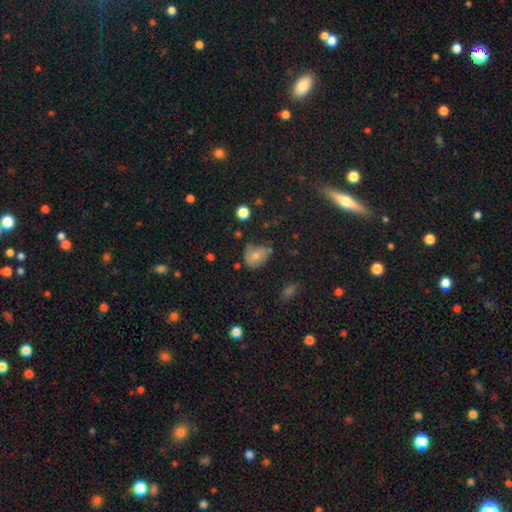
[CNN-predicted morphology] smooth_or_featured: smooth (p=0.66) [alt: featured or disk p=0.22]
how_rounded: round (p=0.54) [alt: in between p=0.45]
merging: none (p=0.44) [alt: minor disturbance p=0.36]